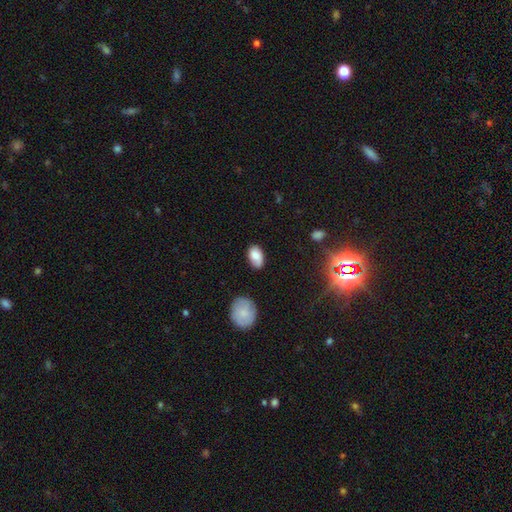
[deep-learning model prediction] This appears to be a smooth galaxy with no disk features (81%) that is in between round and cigar-shaped (92%). Merging: none (74%).